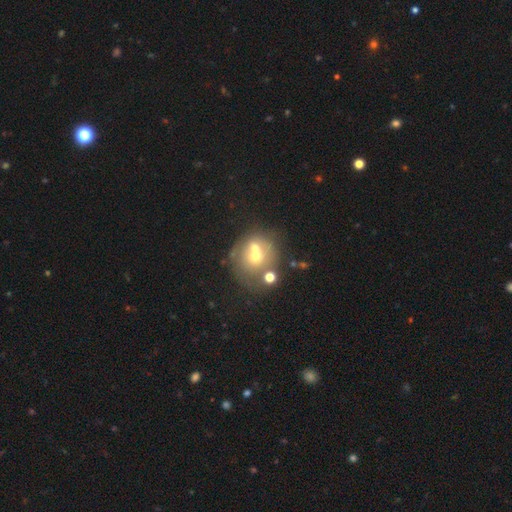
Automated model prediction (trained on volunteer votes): Q: Smooth or featured?
A: smooth (52%); runner-up: featured or disk (34%)
Q: How rounded?
A: round (79%); runner-up: in between (20%)
Q: Merging?
A: merger (45%); runner-up: none (37%)